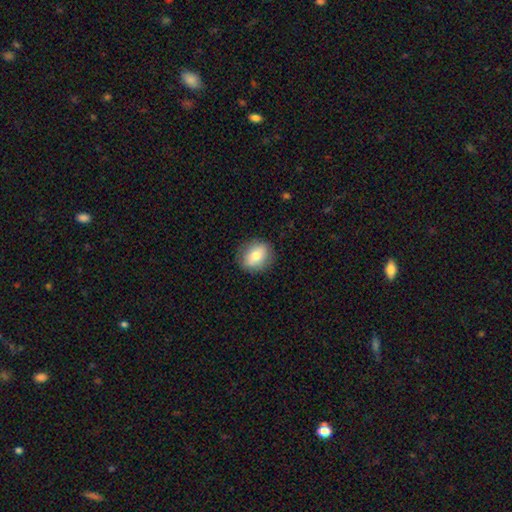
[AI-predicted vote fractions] The model was most divided on "how rounded": round: 60%, in between: 39%, cigar-shaped: 1%. More confident: merging — none (86%); smooth or featured — smooth (76%).